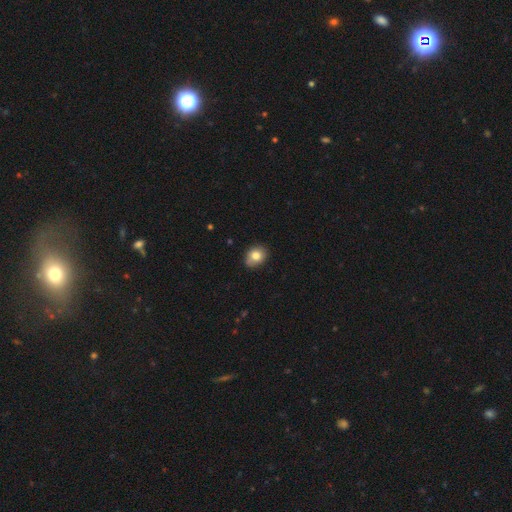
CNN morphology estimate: The model was most divided on "how rounded": round: 54%, in between: 45%, cigar-shaped: 1%. More confident: smooth or featured — smooth (81%); merging — none (75%).